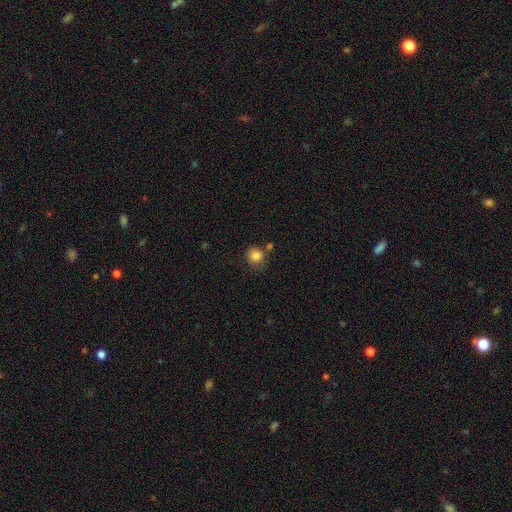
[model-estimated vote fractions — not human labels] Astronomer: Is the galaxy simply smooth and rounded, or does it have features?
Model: smooth — 85%.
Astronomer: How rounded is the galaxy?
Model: round — 87%.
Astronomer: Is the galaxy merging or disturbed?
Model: none — 74%.